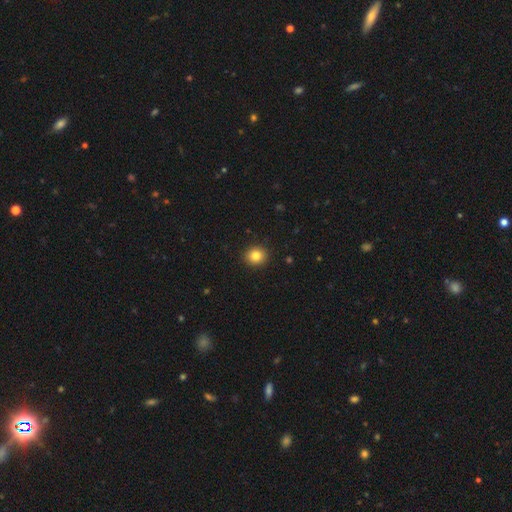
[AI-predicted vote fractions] Smooth or featured: smooth — 83% (star or artifact — 10%)
How rounded: round — 82% (in between — 17%)
Merging: none — 92% (minor disturbance — 5%)